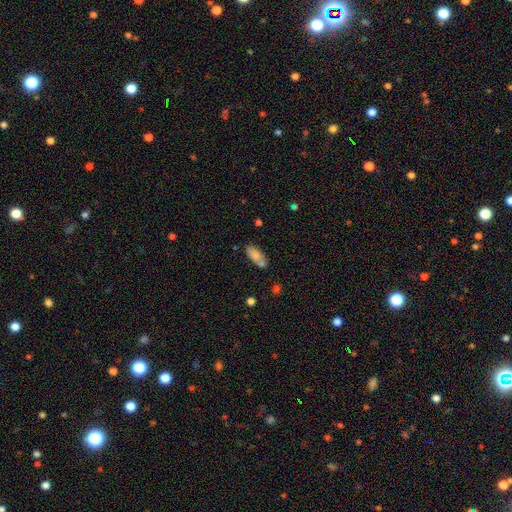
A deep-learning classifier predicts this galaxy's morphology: Smooth or featured? Predicted: smooth (p=0.79). How rounded? Predicted: in between (p=0.83). Merging? Predicted: none (p=0.58).